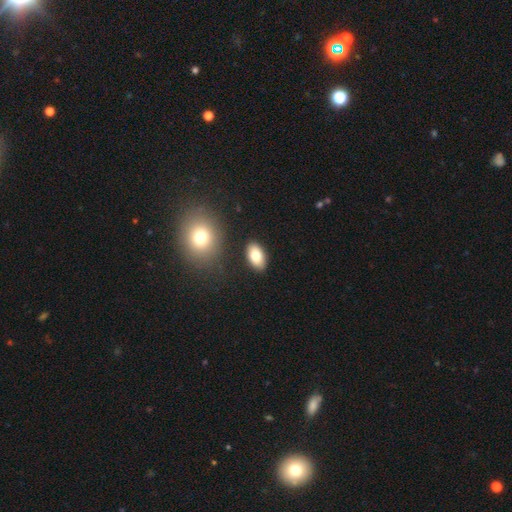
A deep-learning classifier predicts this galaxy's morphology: This appears to be a smooth galaxy with no disk features (80%) that is in between round and cigar-shaped (93%). Merging: none (87%).